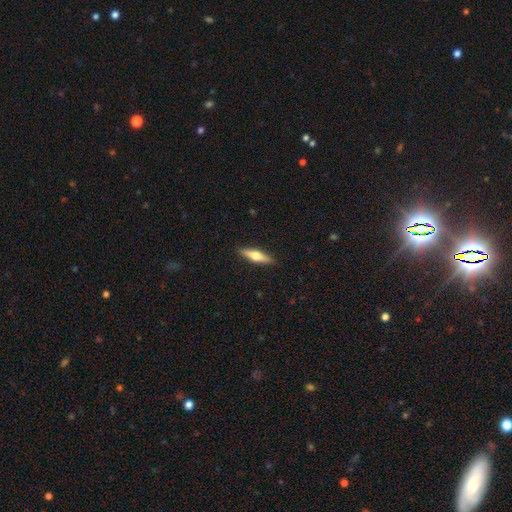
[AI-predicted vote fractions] This is possibly a smooth galaxy (50%). How rounded: likely cigar-shaped (72%). Merging: clearly none (91%).